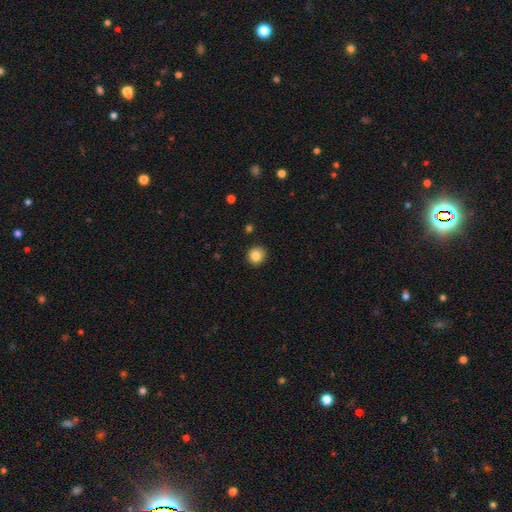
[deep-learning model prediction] Smooth or featured? smooth (85%)
How rounded? round (88%)
Merging? none (90%)